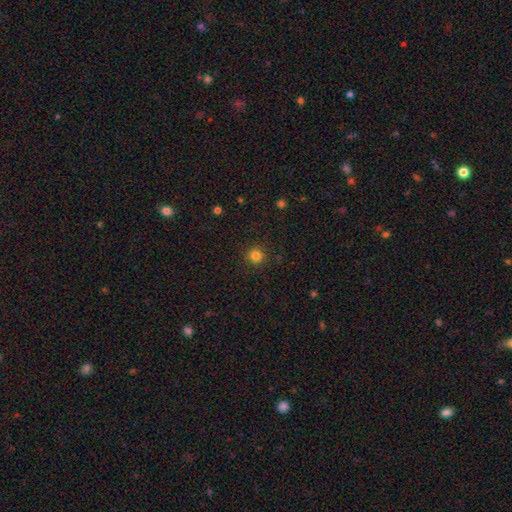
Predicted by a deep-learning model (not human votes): A smooth galaxy with no disk features (82%) that is round (94%).

Vote fractions:
- Smooth or featured? smooth: 82% / star or artifact: 13% / featured or disk: 4%
- How rounded? round: 94% / in between: 5% / cigar-shaped: 1%
- Merging? none: 91% / minor disturbance: 6% / major disturbance: 2% / merger: 1%